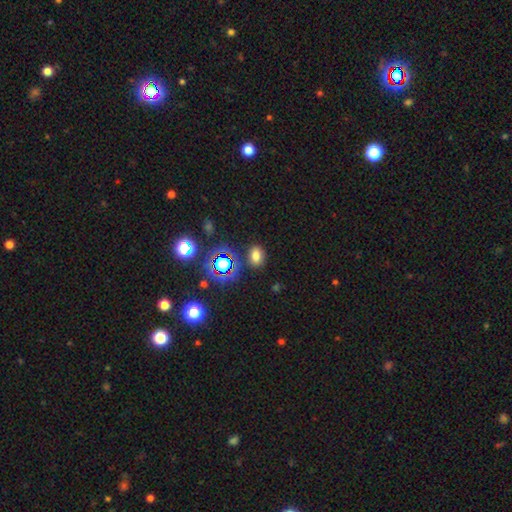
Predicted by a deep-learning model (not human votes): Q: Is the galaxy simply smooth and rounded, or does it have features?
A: smooth — 71%.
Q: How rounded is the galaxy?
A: in between — 69%.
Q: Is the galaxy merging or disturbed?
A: none — 83%.